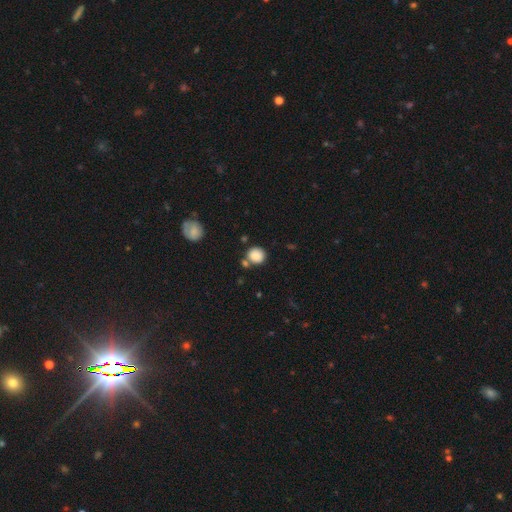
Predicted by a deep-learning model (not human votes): This is clearly a smooth galaxy (86%). How rounded: clearly round (85%). Merging: likely none (69%).